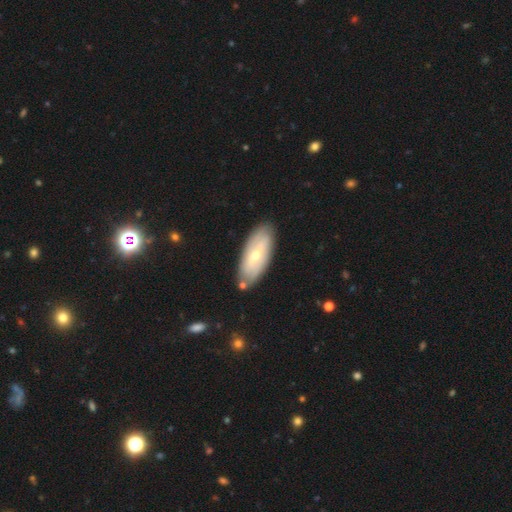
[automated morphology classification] featured or disk 53%, smooth 41%, star or artifact 6%. Down the decision tree: edge-on disk — no (80%); merging — none (83%).